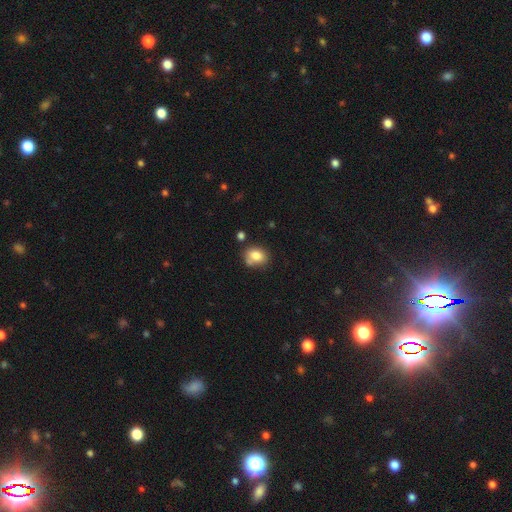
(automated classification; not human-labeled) smooth-or-featured: smooth: 80% | featured or disk: 10% | star or artifact: 10%
  how-rounded: in between: 51% | round: 48% | cigar-shaped: 1%
  merging: none: 60% | minor disturbance: 19% | merger: 16% | major disturbance: 5%